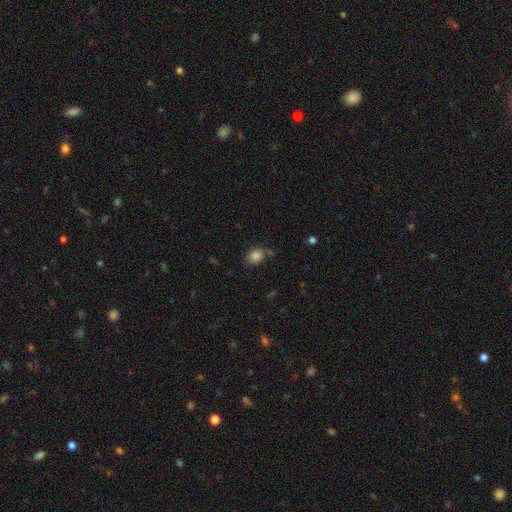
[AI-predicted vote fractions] Morphology: type=smooth (83%); roundness=round (54%); merging=none (67%).